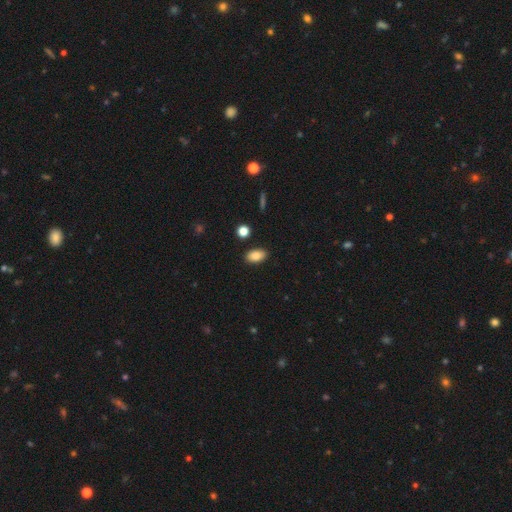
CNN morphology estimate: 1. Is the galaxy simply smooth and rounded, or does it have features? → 87% smooth, 8% star or artifact, 5% featured or disk.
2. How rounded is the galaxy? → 91% in between, 6% round, 2% cigar-shaped.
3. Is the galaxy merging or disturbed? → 87% none, 9% minor disturbance, 2% merger, 2% major disturbance.